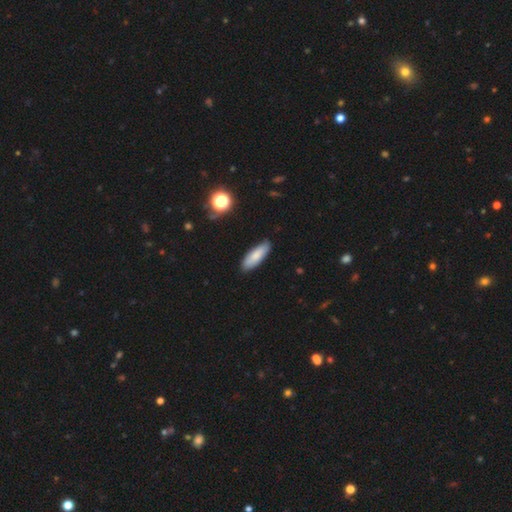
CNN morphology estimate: Q: Smooth or featured?
A: smooth (79%); runner-up: featured or disk (15%)
Q: How rounded?
A: in between (56%); runner-up: cigar-shaped (42%)
Q: Merging?
A: none (84%); runner-up: minor disturbance (12%)